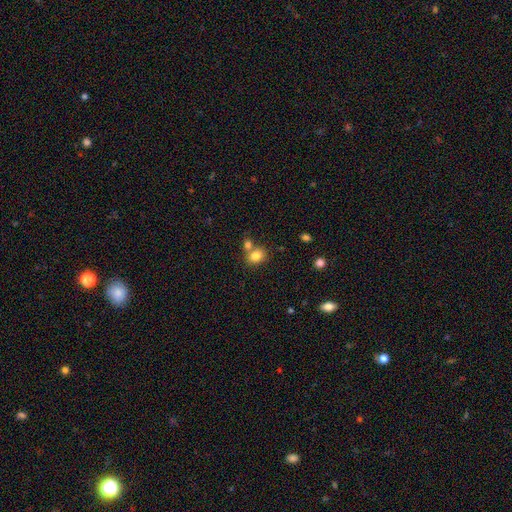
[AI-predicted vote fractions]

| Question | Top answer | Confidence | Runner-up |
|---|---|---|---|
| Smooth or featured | smooth | 81% | star or artifact (10%) |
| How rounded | round | 55% | in between (44%) |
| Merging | none | 53% | merger (33%) |